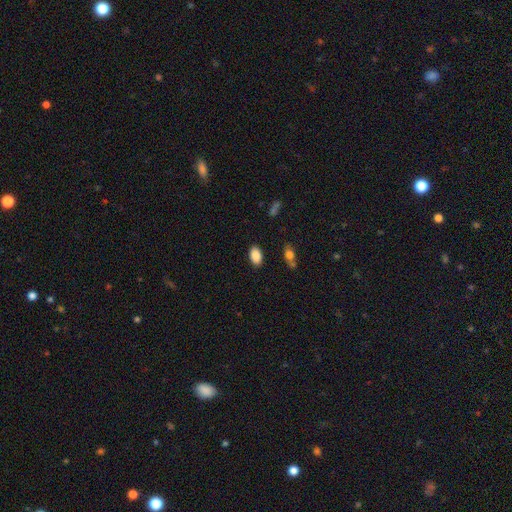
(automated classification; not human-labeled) Q: Smooth or featured?
A: smooth (88%); runner-up: star or artifact (8%)
Q: How rounded?
A: in between (92%); runner-up: round (7%)
Q: Merging?
A: none (87%); runner-up: minor disturbance (9%)